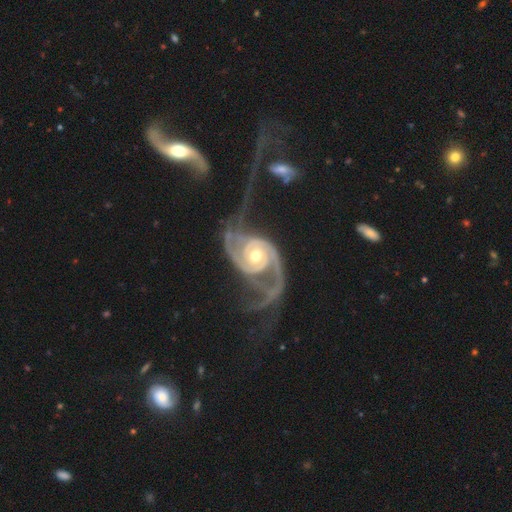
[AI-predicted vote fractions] Smooth or featured?
  - featured or disk: 94% *
  - star or artifact: 4%
  - smooth: 3%
Edge-on disk?
  - no: 98% *
  - yes: 2%
Bar?
  - no: 63% *
  - weak: 25%
  - strong: 12%
Spiral arms?
  - yes: 98% *
  - no: 2%
Spiral winding?
  - medium: 42% *
  - tight: 29%
  - loose: 29%
Spiral arm count?
  - 2: 79% *
  - 3: 6%
  - can't tell: 5%
  - 1: 4%
  - 4: 3%
  - more than 4: 3%
Bulge size?
  - moderate: 70% *
  - small: 24%
  - large: 5%
  - none: 1%
  - dominant: 1%
Merging?
  - major disturbance: 40% *
  - none: 34%
  - minor disturbance: 17%
  - merger: 9%